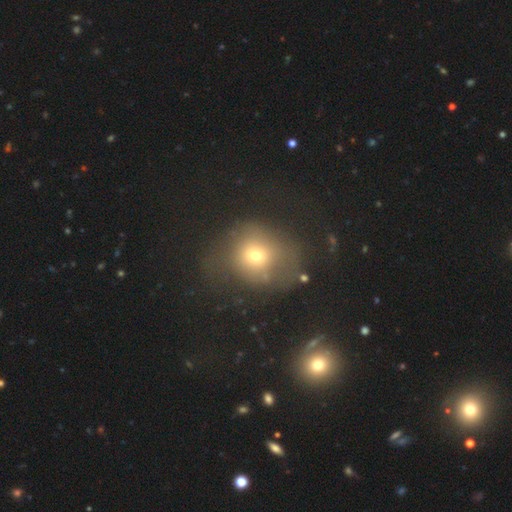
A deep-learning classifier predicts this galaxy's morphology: Smooth or featured? Predicted: smooth (p=0.61). How rounded? Predicted: round (p=0.73). Merging? Predicted: none (p=0.48).